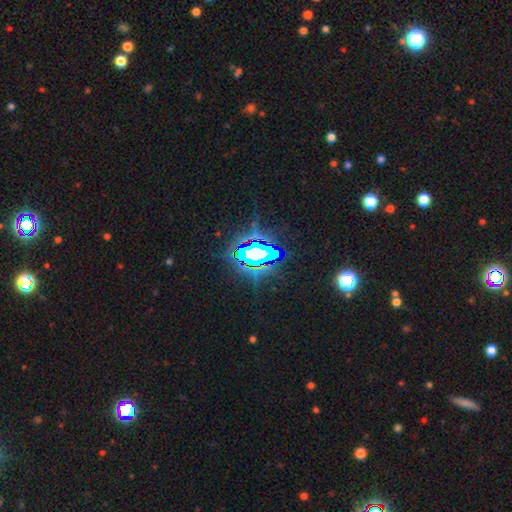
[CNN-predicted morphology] star or artifact 71%, featured or disk 17%, smooth 12%.